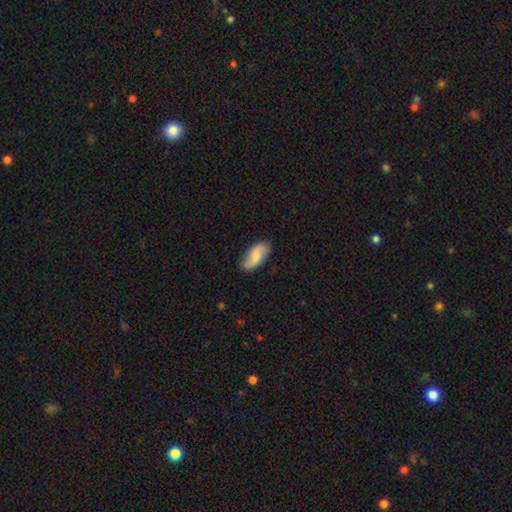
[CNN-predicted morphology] Overall: smooth (53%; featured or disk 41%). How rounded: in between (89%). Merging: none (83%).